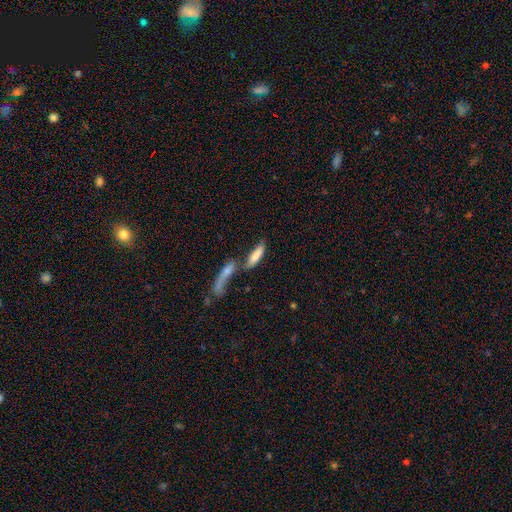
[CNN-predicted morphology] A smooth galaxy with no disk features (76%) that is cigar-shaped (61%).

Vote fractions:
- Smooth or featured? smooth: 76% / featured or disk: 17% / star or artifact: 8%
- How rounded? cigar-shaped: 61% / in between: 37% / round: 2%
- Merging? merger: 51% / none: 31% / minor disturbance: 10% / major disturbance: 7%